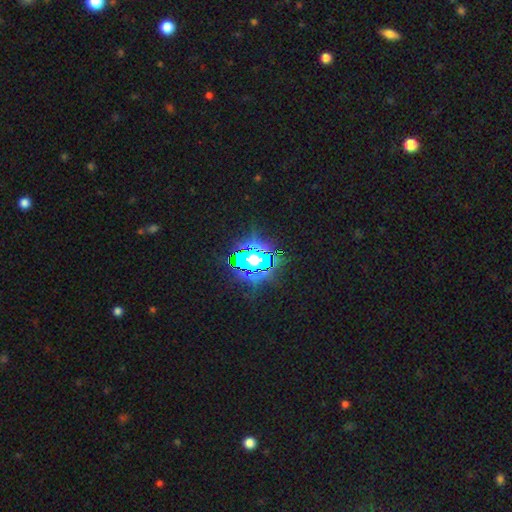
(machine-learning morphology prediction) smooth-or-featured: star or artifact: 81% | smooth: 12% | featured or disk: 7%